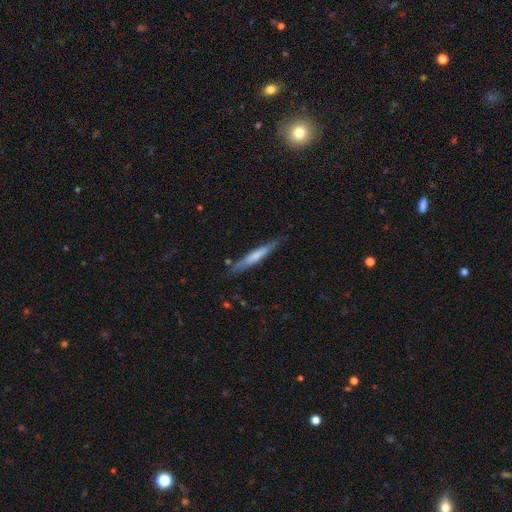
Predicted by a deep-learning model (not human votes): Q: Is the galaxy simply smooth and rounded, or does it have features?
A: smooth — 55%.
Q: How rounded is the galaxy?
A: cigar-shaped — 94%.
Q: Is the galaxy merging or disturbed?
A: none — 81%.